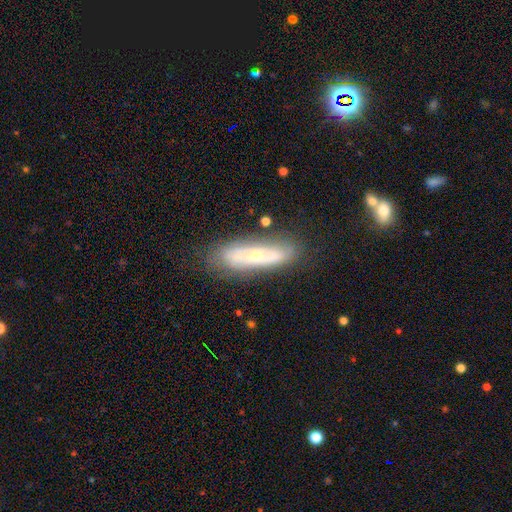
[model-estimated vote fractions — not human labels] Q: Smooth or featured?
A: featured or disk (62%); runner-up: smooth (31%)
Q: Edge-on disk?
A: no (71%); runner-up: yes (29%)
Q: Merging?
A: none (75%); runner-up: minor disturbance (17%)